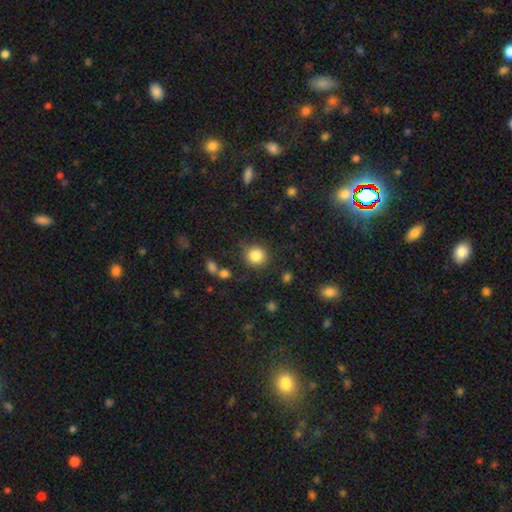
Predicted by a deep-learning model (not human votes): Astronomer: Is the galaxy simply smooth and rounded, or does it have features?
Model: smooth — 85%.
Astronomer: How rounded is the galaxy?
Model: round — 89%.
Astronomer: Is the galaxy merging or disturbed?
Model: none — 83%.